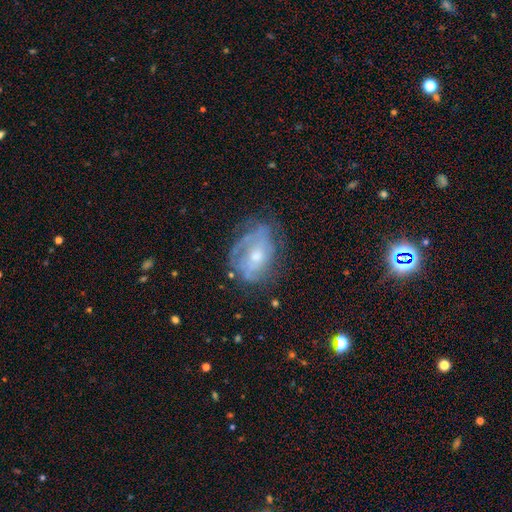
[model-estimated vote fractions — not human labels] This is likely a featured or disk galaxy (70%). It is clearly not viewed edge-on (96%). Bar: likely no (66%). Spiral arm pattern: likely yes (75%). Spiral arm count: marginally can't tell (42%). Spiral winding: possibly tight (49%). Central bulge: possibly moderate (52%). Merging: possibly none (57%).